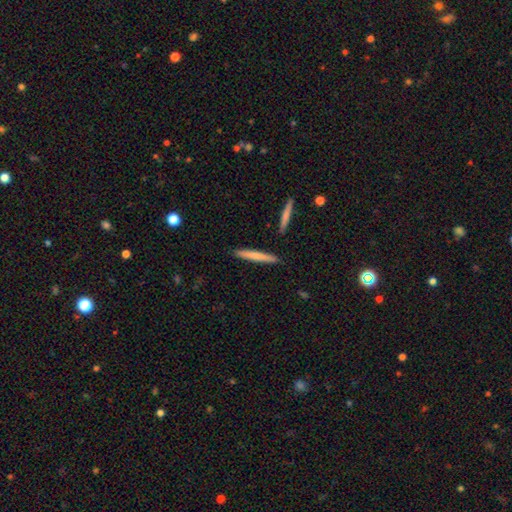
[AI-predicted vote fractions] smooth-or-featured: smooth: 68% | featured or disk: 27% | star or artifact: 5%
  how-rounded: cigar-shaped: 95% | in between: 4% | round: 1%
  merging: none: 89% | minor disturbance: 7% | merger: 2% | major disturbance: 1%